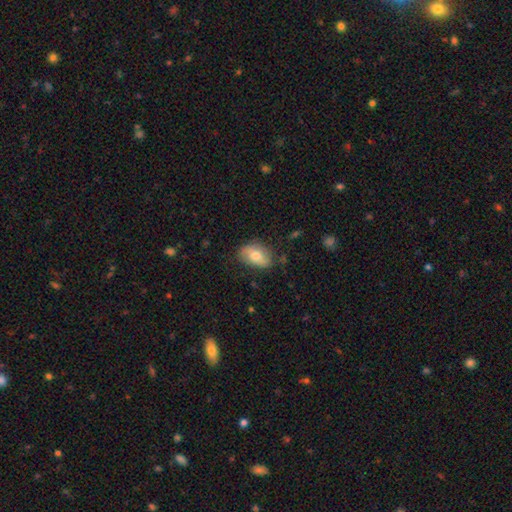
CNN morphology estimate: Smooth or featured? smooth (66%)
How rounded? in between (87%)
Merging? none (73%)